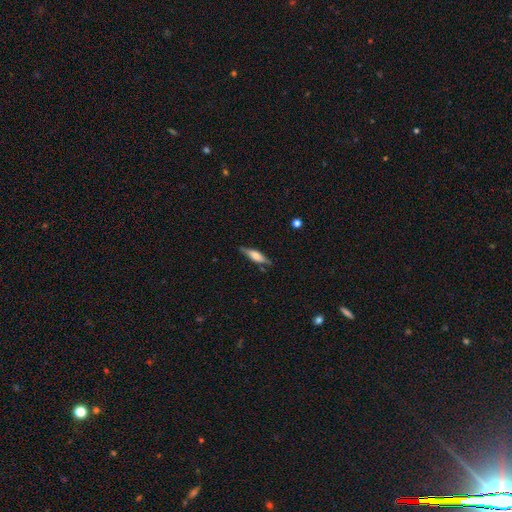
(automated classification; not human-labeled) Smooth or featured?
  - featured or disk: 49% *
  - smooth: 45%
  - star or artifact: 6%
Merging?
  - none: 79% *
  - minor disturbance: 15%
  - major disturbance: 3%
  - merger: 2%